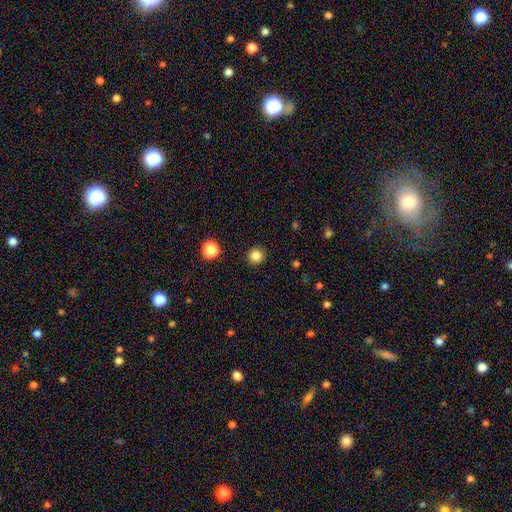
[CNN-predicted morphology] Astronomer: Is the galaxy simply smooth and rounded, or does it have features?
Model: smooth — 84%.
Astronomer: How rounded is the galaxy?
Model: round — 94%.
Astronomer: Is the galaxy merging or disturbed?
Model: none — 92%.